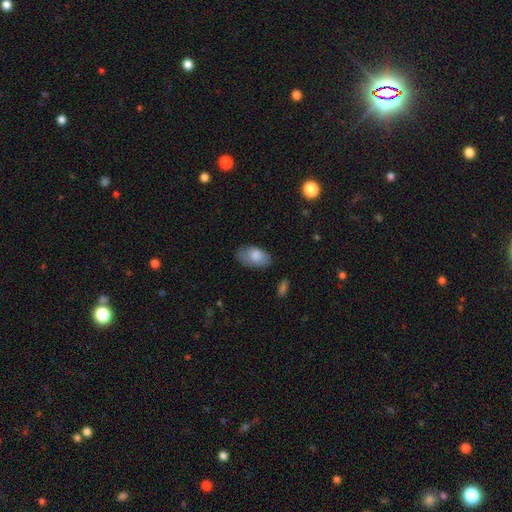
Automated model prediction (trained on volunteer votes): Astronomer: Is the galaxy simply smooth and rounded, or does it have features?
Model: smooth — 82%.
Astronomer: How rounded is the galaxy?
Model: in between — 93%.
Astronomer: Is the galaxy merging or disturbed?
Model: none — 72%.